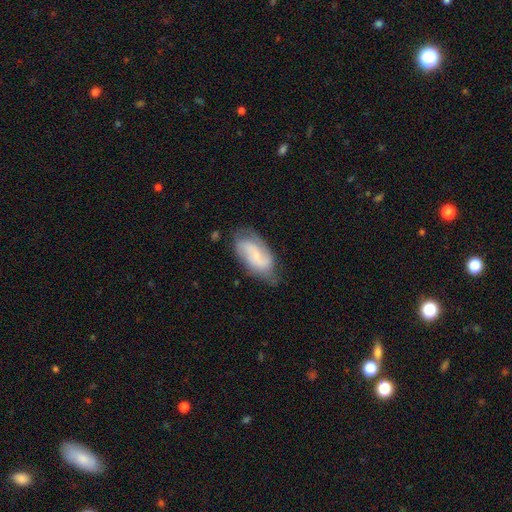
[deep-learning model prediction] Smooth or featured?
  - featured or disk: 64% *
  - smooth: 29%
  - star or artifact: 7%
Edge-on disk?
  - no: 95% *
  - yes: 5%
Bar?
  - no: 44% *
  - weak: 42%
  - strong: 14%
Spiral arms?
  - yes: 89% *
  - no: 11%
Spiral winding?
  - medium: 43% *
  - loose: 33%
  - tight: 25%
Spiral arm count?
  - 2: 74% *
  - can't tell: 16%
  - 3: 5%
  - 1: 3%
  - 4: 2%
  - more than 4: 1%
Bulge size?
  - small: 68% *
  - moderate: 19%
  - none: 11%
  - large: 2%
  - dominant: 1%
Merging?
  - none: 66% *
  - minor disturbance: 25%
  - major disturbance: 7%
  - merger: 2%